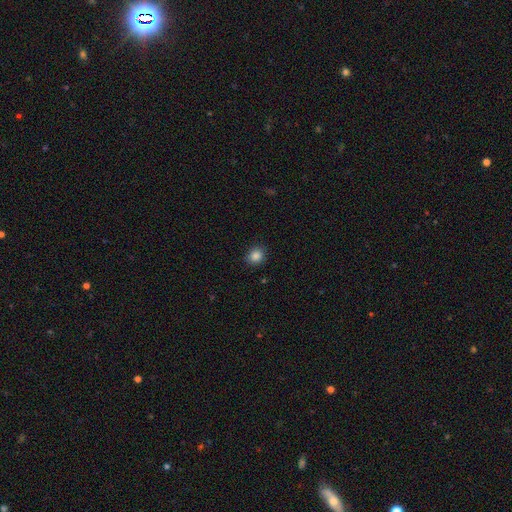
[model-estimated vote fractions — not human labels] Smooth or featured?
  - smooth: 86% *
  - star or artifact: 10%
  - featured or disk: 4%
How rounded?
  - round: 76% *
  - in between: 23%
  - cigar-shaped: 1%
Merging?
  - none: 89% *
  - minor disturbance: 8%
  - major disturbance: 2%
  - merger: 1%